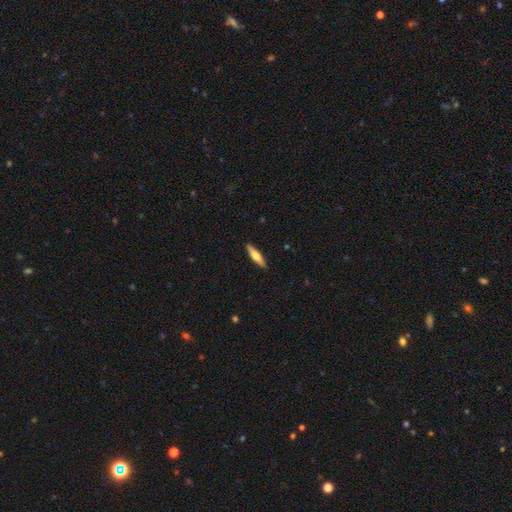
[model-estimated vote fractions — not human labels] Q: Smooth or featured?
A: smooth (51%); runner-up: featured or disk (43%)
Q: How rounded?
A: cigar-shaped (78%); runner-up: in between (20%)
Q: Merging?
A: none (91%); runner-up: minor disturbance (7%)